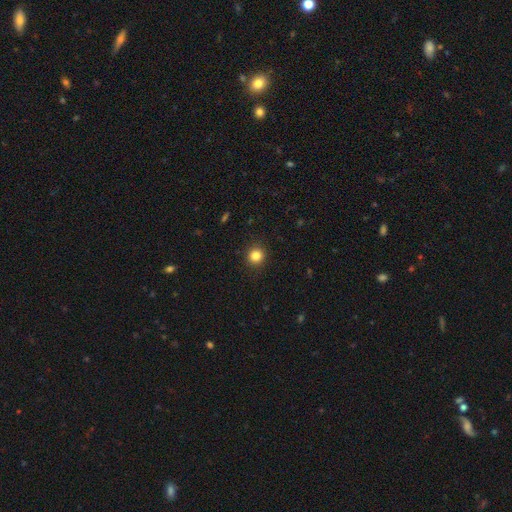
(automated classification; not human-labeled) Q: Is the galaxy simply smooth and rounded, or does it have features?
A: smooth — 84%.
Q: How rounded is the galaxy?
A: round — 91%.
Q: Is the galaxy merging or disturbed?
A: none — 92%.